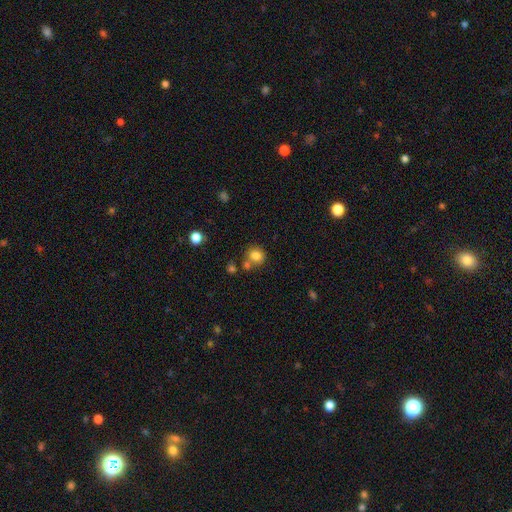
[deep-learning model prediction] smooth-or-featured: smooth: 81% | star or artifact: 12% | featured or disk: 7%
  how-rounded: round: 82% | in between: 17% | cigar-shaped: 1%
  merging: none: 64% | merger: 20% | minor disturbance: 12% | major disturbance: 4%